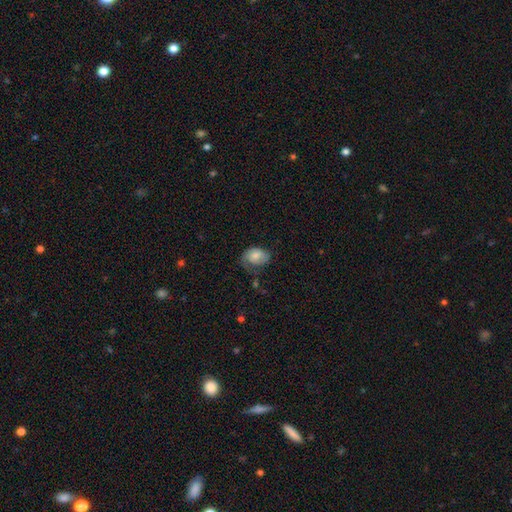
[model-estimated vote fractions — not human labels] A smooth galaxy with no disk features (65%) that is in between round and cigar-shaped (77%). Merging: none (45%).